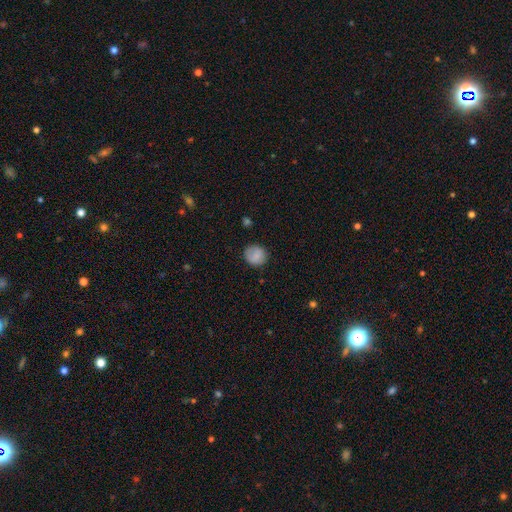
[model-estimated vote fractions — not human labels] Q: Smooth or featured?
A: smooth (84%); runner-up: star or artifact (8%)
Q: How rounded?
A: round (85%); runner-up: in between (14%)
Q: Merging?
A: none (83%); runner-up: minor disturbance (13%)